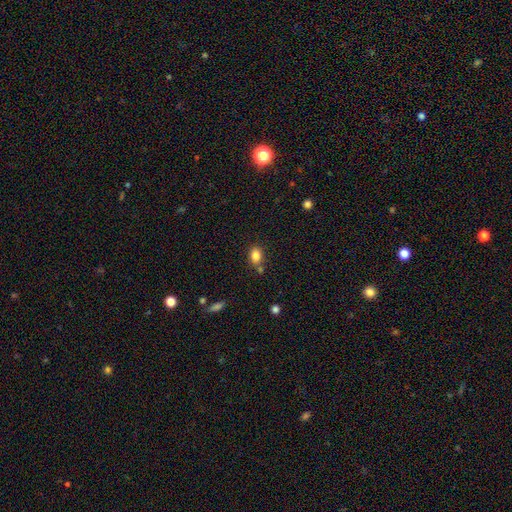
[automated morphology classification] smooth 83%, star or artifact 10%, featured or disk 7%. Down the decision tree: how rounded — in between (71%); merging — none (71%).